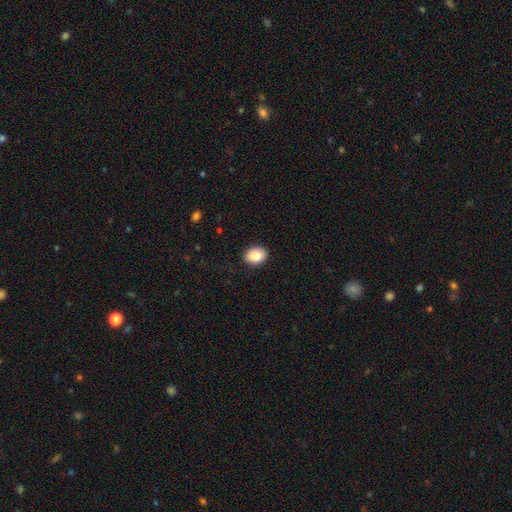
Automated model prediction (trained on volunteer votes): This appears to be a smooth galaxy with no disk features (88%) that is in between round and cigar-shaped (57%). Merging: none (88%).